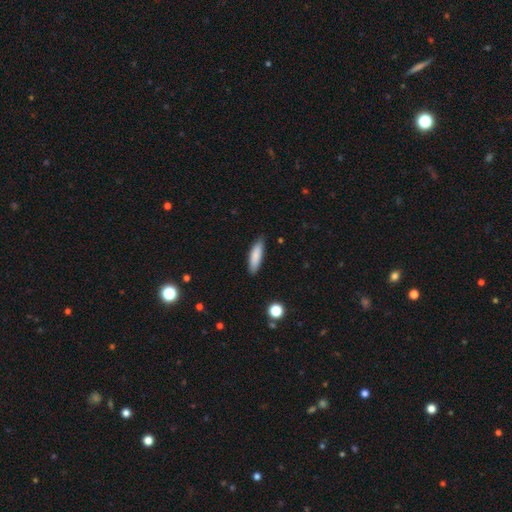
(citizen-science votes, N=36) Smooth or featured? smooth (86%)
How rounded? cigar-shaped (61%)
Merging? none (86%)